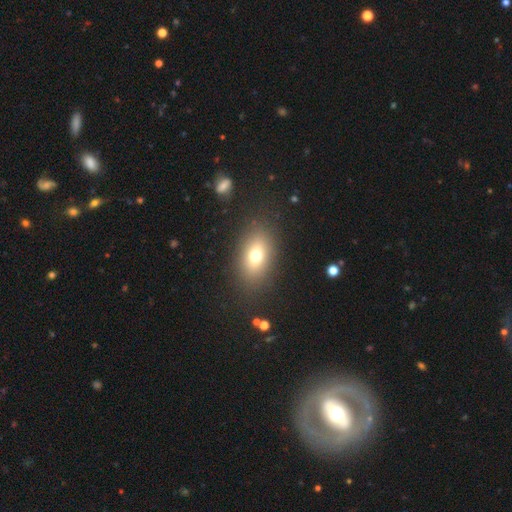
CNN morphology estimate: Q: Smooth or featured?
A: smooth (70%); runner-up: featured or disk (17%)
Q: How rounded?
A: in between (79%); runner-up: round (18%)
Q: Merging?
A: none (85%); runner-up: minor disturbance (9%)